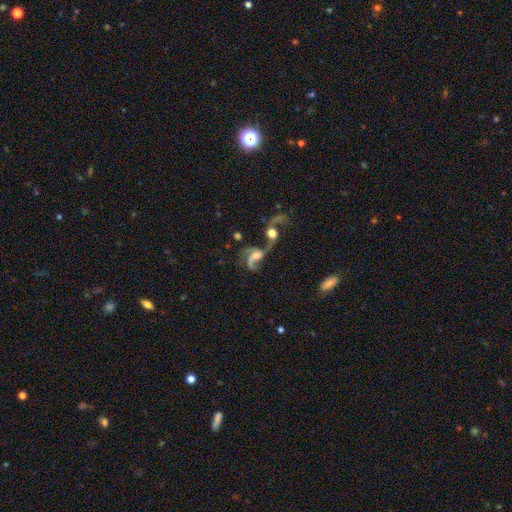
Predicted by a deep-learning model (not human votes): Smooth or featured: featured or disk — 81% (smooth — 11%)
Edge-on disk: no — 97% (yes — 3%)
Bar: no — 61% (weak — 31%)
Spiral arms: yes — 93% (no — 7%)
Spiral winding: loose — 63% (medium — 30%)
Spiral arm count: 2 — 71% (3 — 9%)
Bulge size: moderate — 56% (small — 23%)
Merging: merger — 61% (none — 18%)